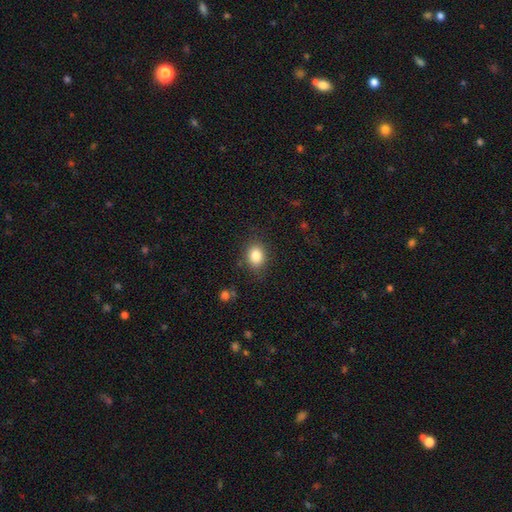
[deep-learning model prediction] smooth 84%, star or artifact 10%, featured or disk 7%. Down the decision tree: how rounded — in between (55%); merging — none (82%).